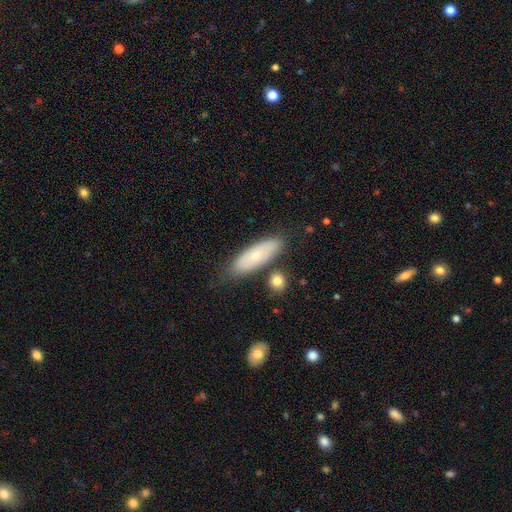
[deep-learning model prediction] Smooth or featured?
  - smooth: 68% *
  - featured or disk: 26%
  - star or artifact: 7%
How rounded?
  - in between: 56% *
  - cigar-shaped: 42%
  - round: 2%
Merging?
  - none: 77% *
  - minor disturbance: 14%
  - merger: 6%
  - major disturbance: 3%